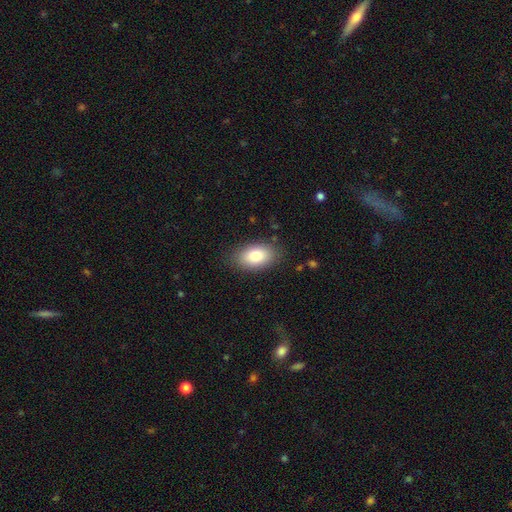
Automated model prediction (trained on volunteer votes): This is clearly a smooth galaxy (84%). How rounded: clearly in between (92%). Merging: clearly none (84%).